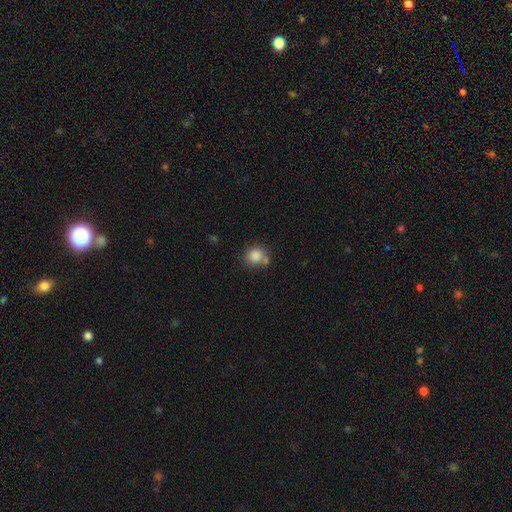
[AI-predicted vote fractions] The model was most divided on "merging": none: 62%, merger: 18%, minor disturbance: 15%, major disturbance: 5%. More confident: smooth or featured — smooth (85%); how rounded — round (81%).